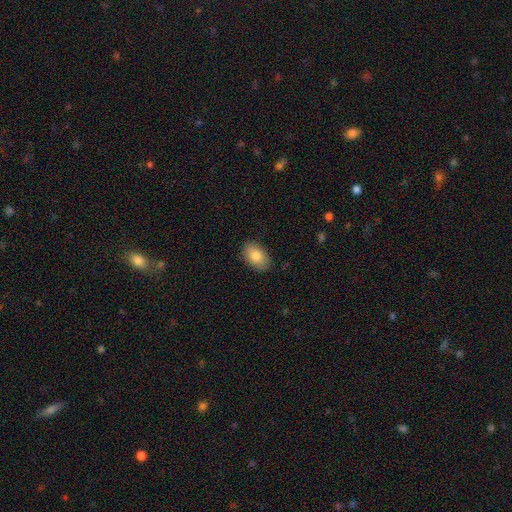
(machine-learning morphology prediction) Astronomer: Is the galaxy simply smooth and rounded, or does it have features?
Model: smooth — 84%.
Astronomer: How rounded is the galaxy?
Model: in between — 90%.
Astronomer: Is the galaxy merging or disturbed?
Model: none — 86%.